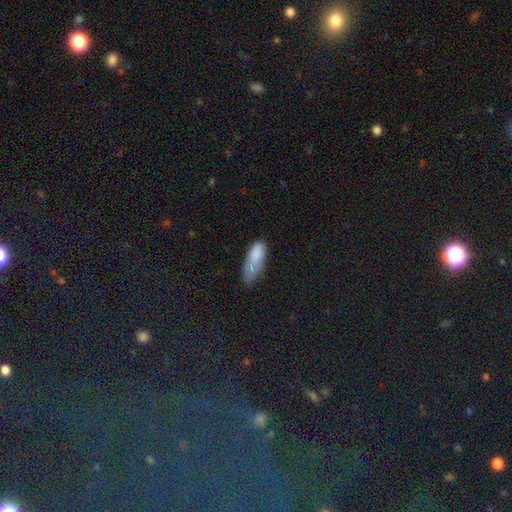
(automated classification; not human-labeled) Smooth or featured? smooth (81%)
How rounded? in between (71%)
Merging? minor disturbance (43%)